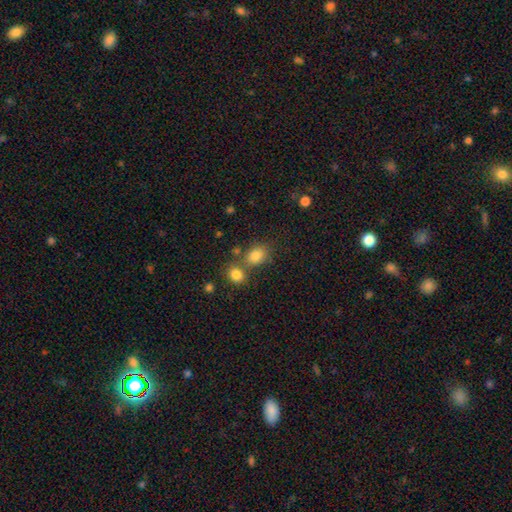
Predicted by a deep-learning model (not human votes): Smooth or featured: smooth — 81% (star or artifact — 12%)
How rounded: in between — 56% (round — 43%)
Merging: none — 57% (merger — 27%)